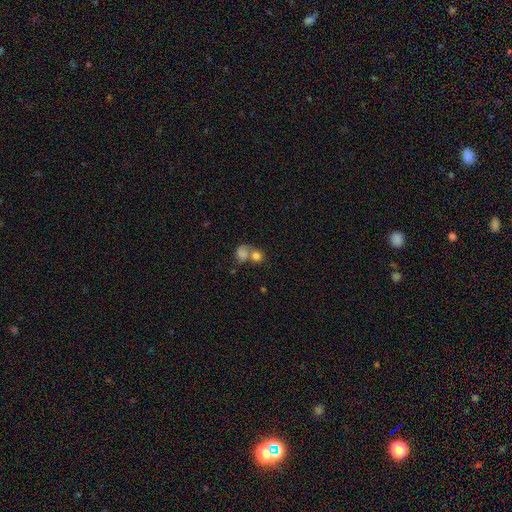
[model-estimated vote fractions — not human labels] Smooth or featured?
  - smooth: 76% *
  - featured or disk: 14%
  - star or artifact: 11%
How rounded?
  - round: 71% *
  - in between: 28%
  - cigar-shaped: 1%
Merging?
  - merger: 59% *
  - none: 27%
  - minor disturbance: 8%
  - major disturbance: 7%